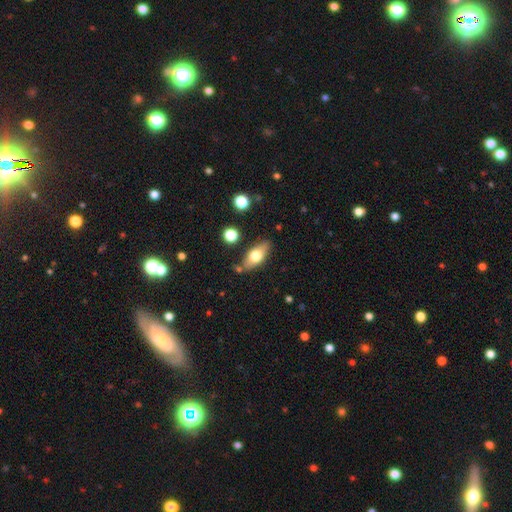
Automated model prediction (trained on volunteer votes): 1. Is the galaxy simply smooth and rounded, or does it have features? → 64% smooth, 29% featured or disk, 7% star or artifact.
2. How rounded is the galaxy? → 80% in between, 15% cigar-shaped, 5% round.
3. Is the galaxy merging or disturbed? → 77% none, 14% minor disturbance, 5% merger, 3% major disturbance.